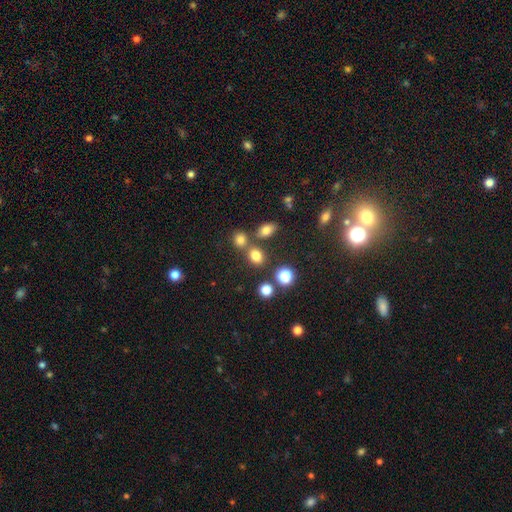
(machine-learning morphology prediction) A smooth galaxy with no disk features (75%) that is in between round and cigar-shaped (52%). Merging: none (64%).